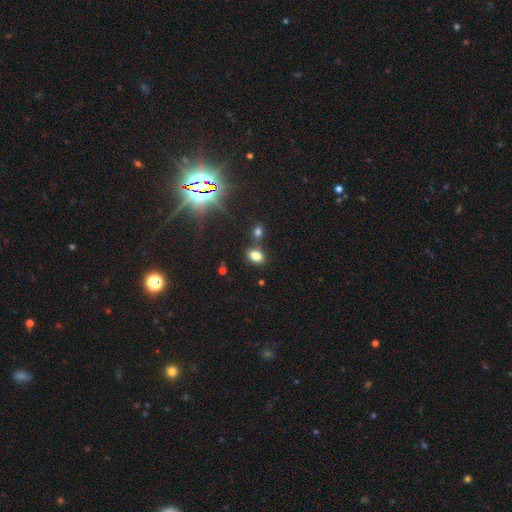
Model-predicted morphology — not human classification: Smooth or featured: smooth — 76% (star or artifact — 16%)
How rounded: in between — 78% (round — 20%)
Merging: none — 69% (merger — 16%)